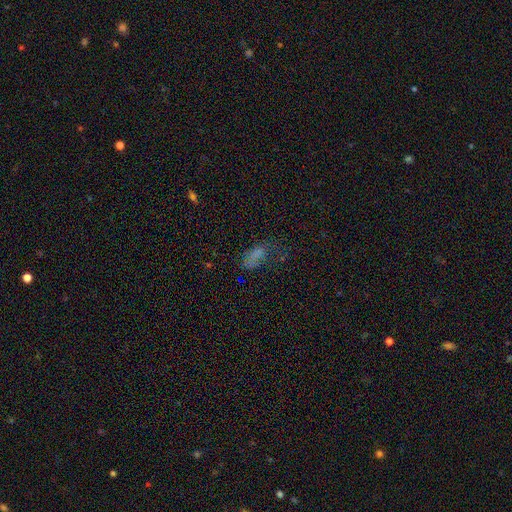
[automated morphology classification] Smooth or featured? Predicted: smooth (p=0.57). How rounded? Predicted: in between (p=0.83). Merging? Predicted: none (p=0.44).